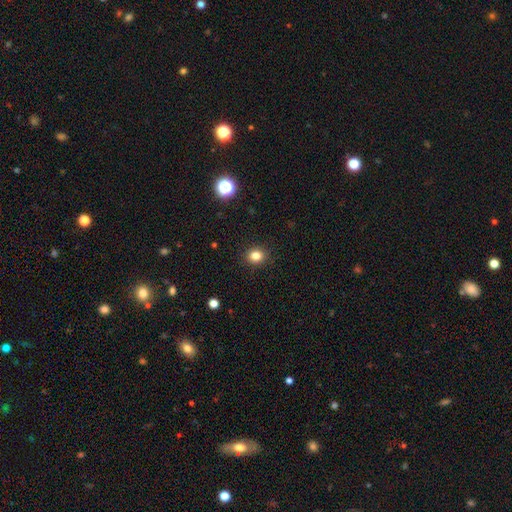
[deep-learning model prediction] Smooth or featured? Predicted: smooth (p=0.83). How rounded? Predicted: round (p=0.71). Merging? Predicted: none (p=0.91).